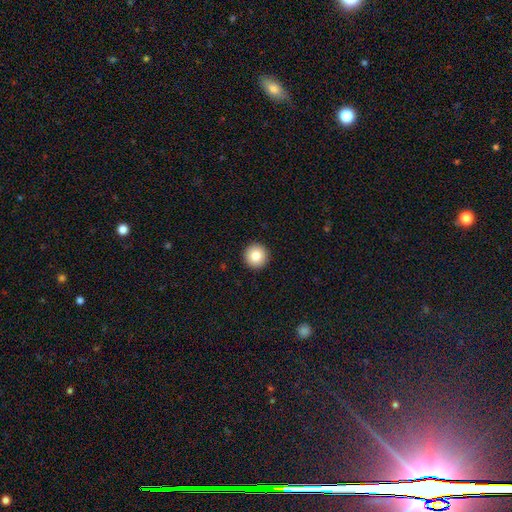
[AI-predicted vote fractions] Smooth or featured? Predicted: smooth (p=0.84). How rounded? Predicted: round (p=0.96). Merging? Predicted: none (p=0.94).